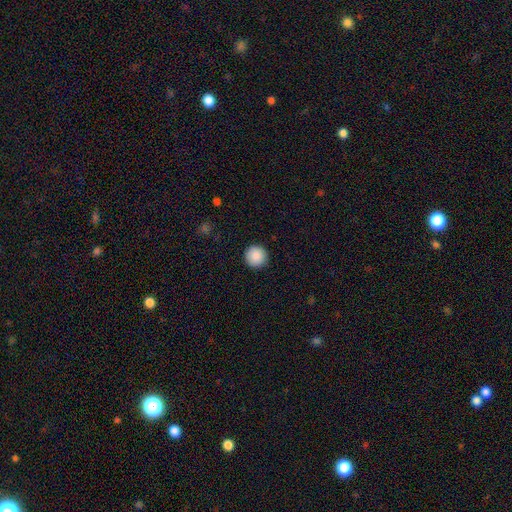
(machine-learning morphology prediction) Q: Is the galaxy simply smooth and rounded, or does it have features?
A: smooth — 89%.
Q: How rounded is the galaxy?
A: round — 96%.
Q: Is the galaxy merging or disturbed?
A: none — 92%.